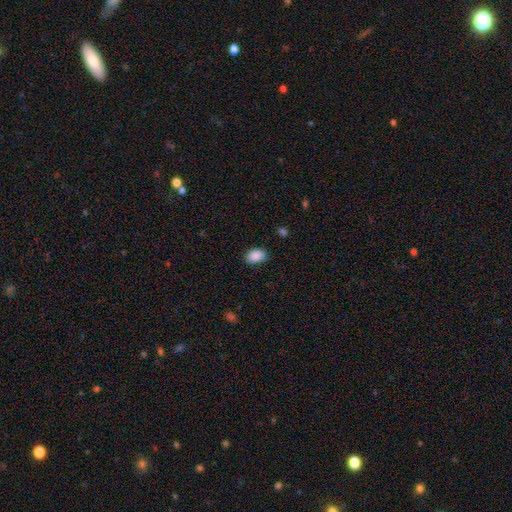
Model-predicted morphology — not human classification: smooth_or_featured: smooth (p=0.89) [alt: star or artifact p=0.08]
how_rounded: in between (p=0.84) [alt: round p=0.15]
merging: none (p=0.81) [alt: minor disturbance p=0.15]